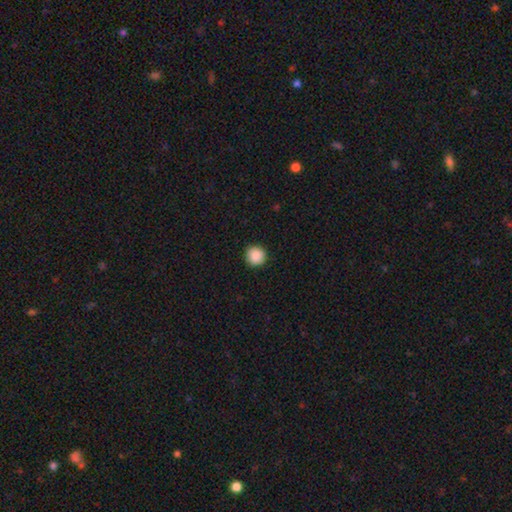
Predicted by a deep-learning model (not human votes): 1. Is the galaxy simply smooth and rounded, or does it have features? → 89% smooth, 8% star or artifact, 3% featured or disk.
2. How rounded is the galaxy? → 95% round, 4% in between, 1% cigar-shaped.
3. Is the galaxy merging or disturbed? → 92% none, 6% minor disturbance, 2% major disturbance, 1% merger.